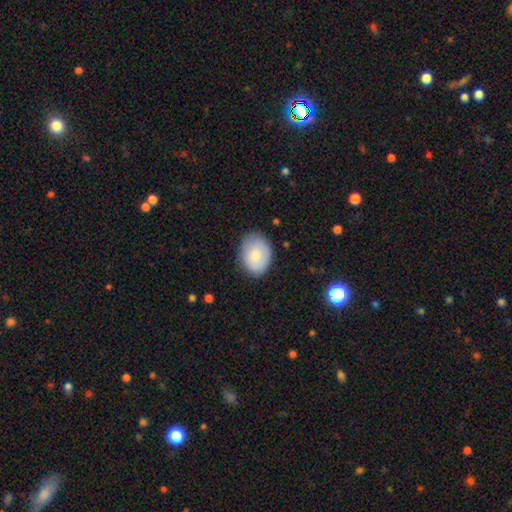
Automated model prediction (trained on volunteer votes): Smooth or featured?
  - smooth: 77% *
  - featured or disk: 16%
  - star or artifact: 7%
How rounded?
  - in between: 61% *
  - round: 38%
  - cigar-shaped: 1%
Merging?
  - none: 79% *
  - minor disturbance: 16%
  - major disturbance: 3%
  - merger: 1%